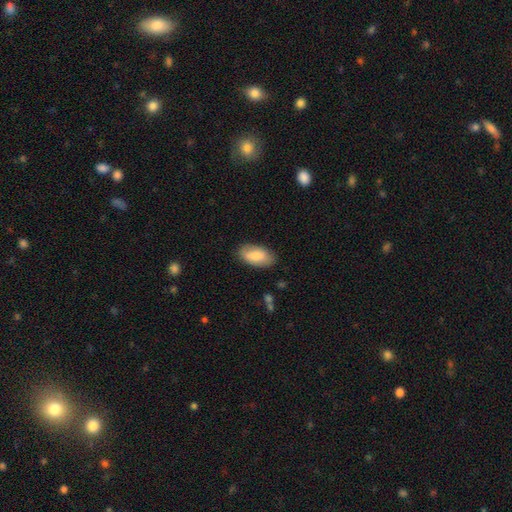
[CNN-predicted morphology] Smooth or featured?
  - smooth: 82% *
  - featured or disk: 12%
  - star or artifact: 6%
How rounded?
  - in between: 94% *
  - cigar-shaped: 3%
  - round: 3%
Merging?
  - none: 82% *
  - minor disturbance: 14%
  - major disturbance: 3%
  - merger: 1%